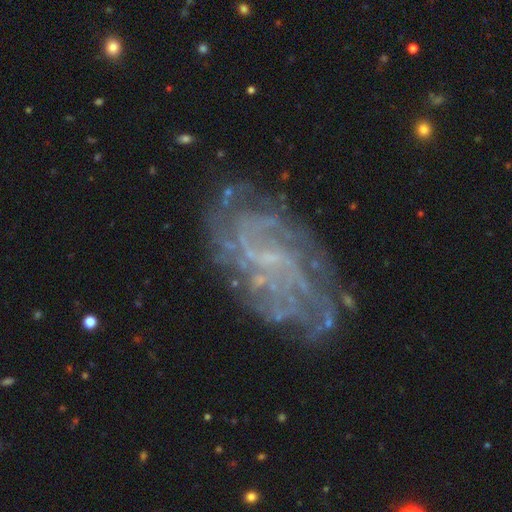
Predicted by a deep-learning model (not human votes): Smooth or featured? Predicted: featured or disk (p=0.83). Edge-on disk? Predicted: no (p=0.96). Bar? Predicted: weak (p=0.46). Spiral arms? Predicted: yes (p=0.93). Spiral winding? Predicted: tight (p=0.58). Spiral arm count? Predicted: can't tell (p=0.41). Bulge size? Predicted: small (p=0.58). Merging? Predicted: none (p=0.74).